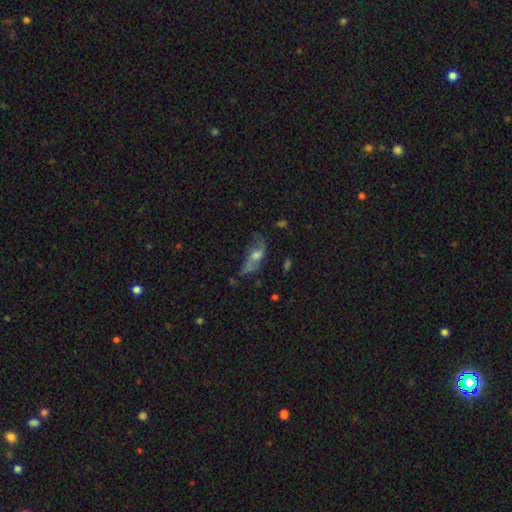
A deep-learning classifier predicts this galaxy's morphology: Q: Smooth or featured?
A: featured or disk (53%); runner-up: smooth (33%)
Q: Edge-on disk?
A: no (79%); runner-up: yes (21%)
Q: Merging?
A: none (40%); runner-up: major disturbance (29%)